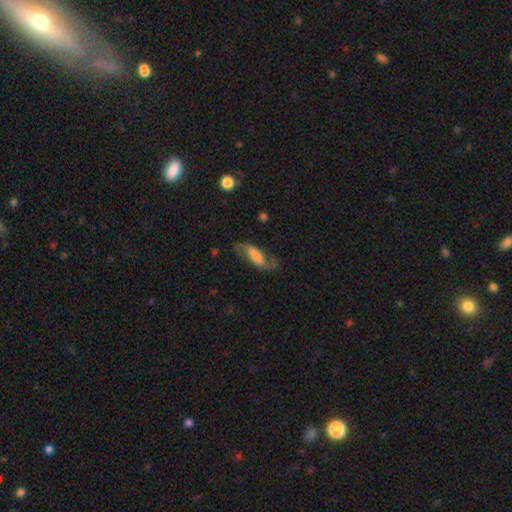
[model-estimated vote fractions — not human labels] Morphology: type=featured or disk (71%); edge-on=no (92%); bar=weak (36%); spiral arms=yes (94%); winding=loose (67%); arm count=2 (89%); bulge=none (39%); merging=none (67%).